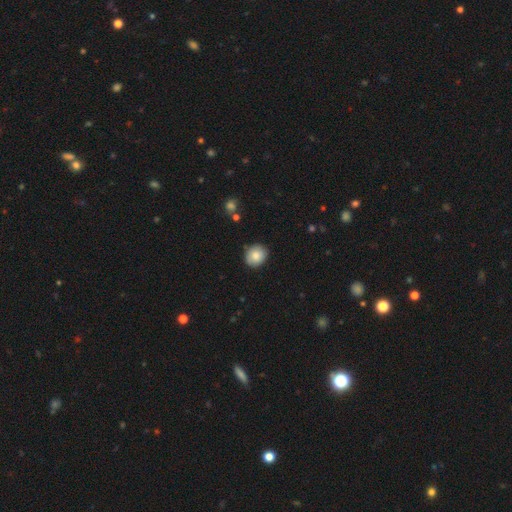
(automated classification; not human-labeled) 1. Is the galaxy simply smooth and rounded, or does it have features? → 83% smooth, 9% featured or disk, 8% star or artifact.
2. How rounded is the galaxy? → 74% round, 25% in between, 1% cigar-shaped.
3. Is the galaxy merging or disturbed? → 86% none, 11% minor disturbance, 2% major disturbance, 1% merger.